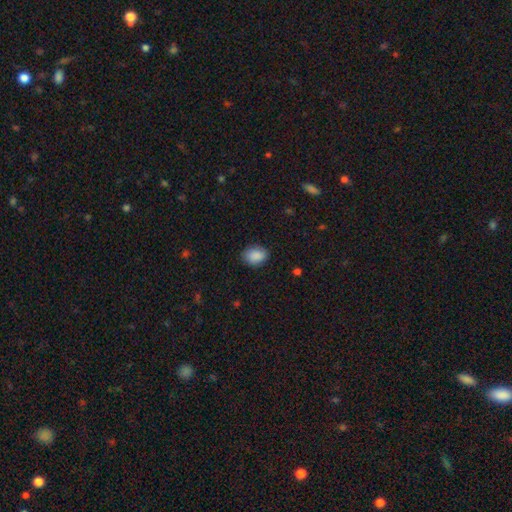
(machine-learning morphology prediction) Q: Smooth or featured?
A: smooth (89%); runner-up: star or artifact (7%)
Q: How rounded?
A: in between (70%); runner-up: round (29%)
Q: Merging?
A: none (82%); runner-up: minor disturbance (14%)